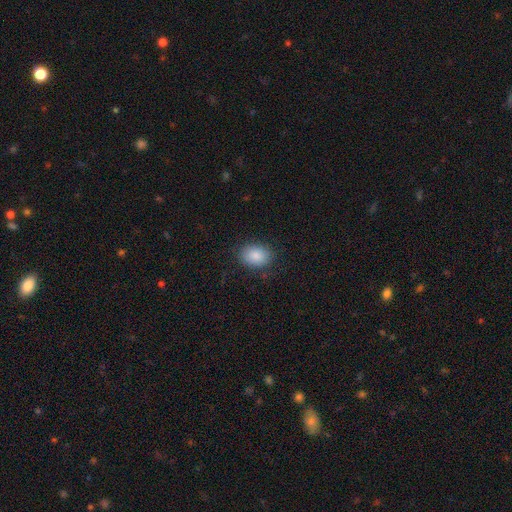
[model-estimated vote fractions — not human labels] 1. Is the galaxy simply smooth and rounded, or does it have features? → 87% smooth, 8% star or artifact, 5% featured or disk.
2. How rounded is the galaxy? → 70% in between, 29% round, 1% cigar-shaped.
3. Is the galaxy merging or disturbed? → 84% none, 12% minor disturbance, 4% major disturbance, 1% merger.